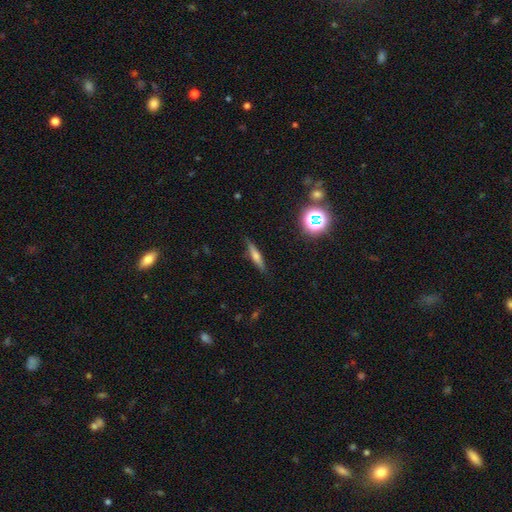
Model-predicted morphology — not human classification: Smooth or featured? smooth (46%)
Merging? none (86%)